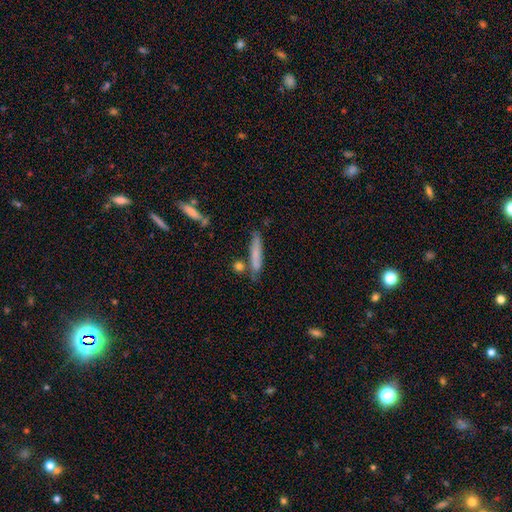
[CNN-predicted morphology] type=smooth (70%); roundness=cigar-shaped (89%); merging=none (70%).